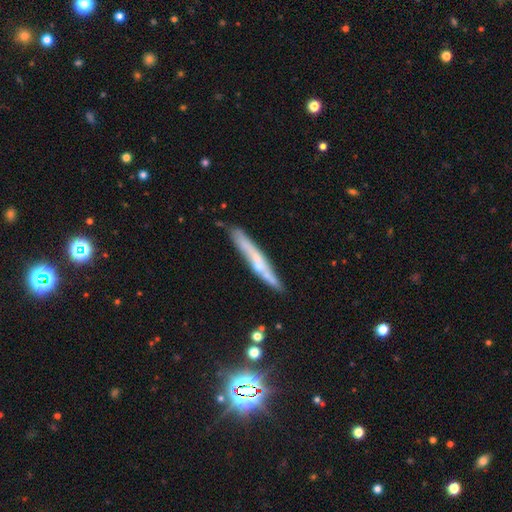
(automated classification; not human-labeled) Morphology: type=featured or disk (52%); edge-on=yes (85%); merging=none (72%).